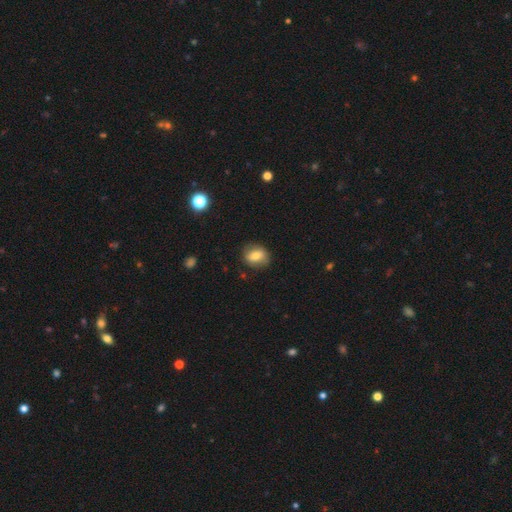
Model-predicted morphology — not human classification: A smooth galaxy with no disk features (74%) that is in between round and cigar-shaped (49%, tied with round).

Vote fractions:
- Smooth or featured? smooth: 74% / featured or disk: 17% / star or artifact: 9%
- How rounded? in between: 49% (tied) / round: 49% (tied) / cigar-shaped: 1%
- Merging? none: 81% / minor disturbance: 14% / major disturbance: 4% / merger: 1%